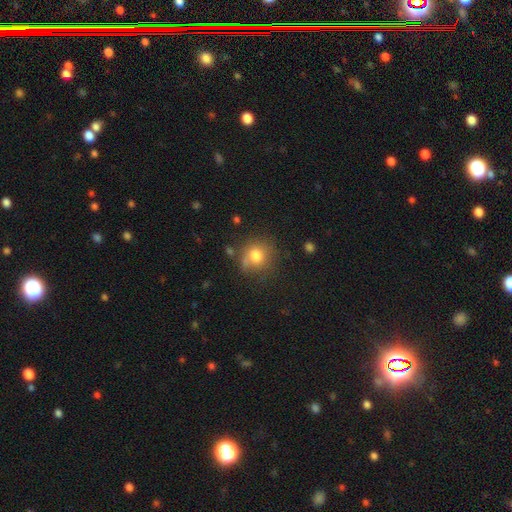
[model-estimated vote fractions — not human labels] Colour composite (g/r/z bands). It shows a smooth galaxy with no disk features (77%) that is round (84%). Merging: none (68%).